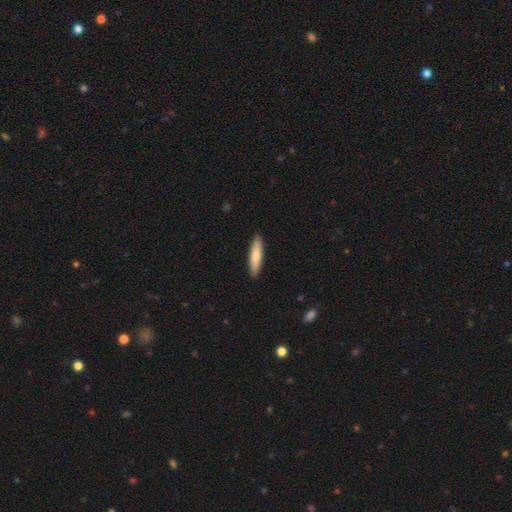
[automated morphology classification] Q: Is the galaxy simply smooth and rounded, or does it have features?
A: smooth — 78%.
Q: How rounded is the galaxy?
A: cigar-shaped — 83%.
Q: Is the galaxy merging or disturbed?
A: none — 91%.